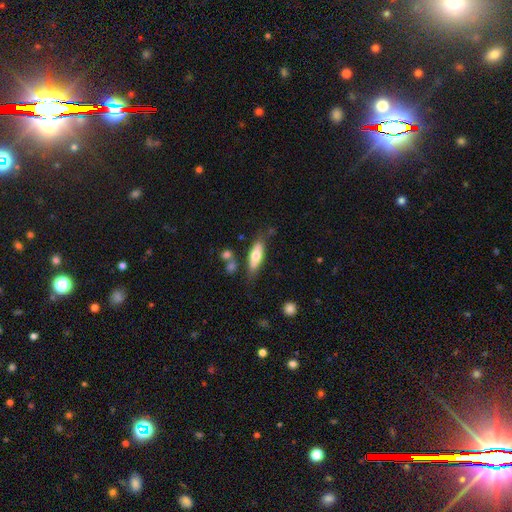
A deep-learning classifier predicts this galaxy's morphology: This appears to be a smooth galaxy with no disk features (61%) that is in between round and cigar-shaped (64%). Merging: none (66%).